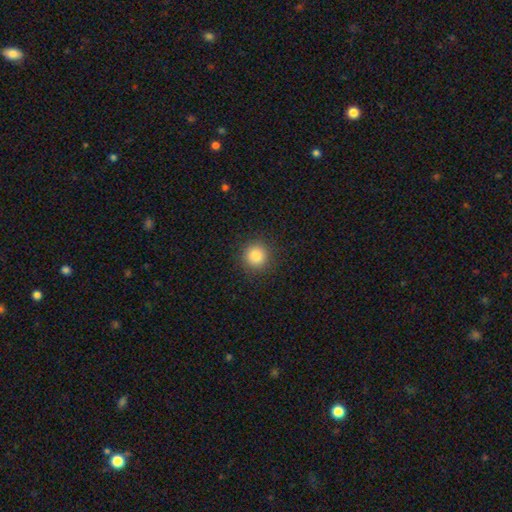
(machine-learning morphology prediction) Overall: smooth (85%). How rounded: round (94%). Merging: none (91%).